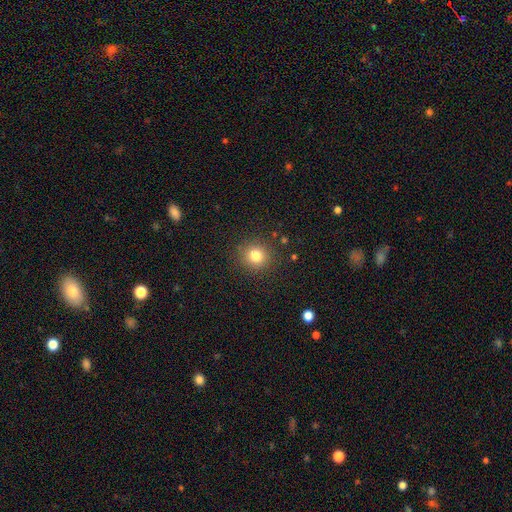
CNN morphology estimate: A smooth galaxy with no disk features (80%) that is round (90%).

Vote fractions:
- Smooth or featured? smooth: 80% / star or artifact: 13% / featured or disk: 7%
- How rounded? round: 90% / in between: 9% / cigar-shaped: 1%
- Merging? none: 88% / minor disturbance: 7% / major disturbance: 3% / merger: 1%